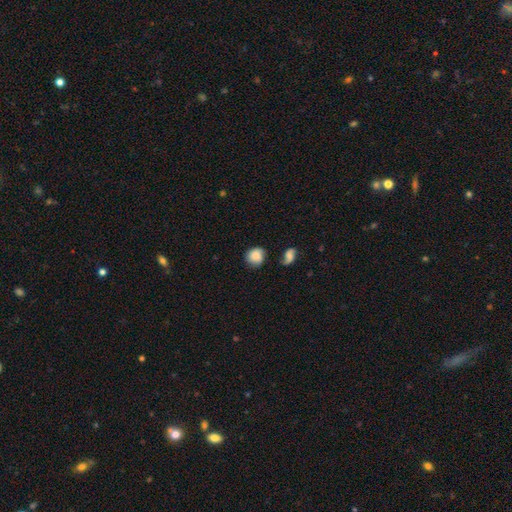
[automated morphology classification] A smooth galaxy with no disk features (79%) that is round (82%).

Vote fractions:
- Smooth or featured? smooth: 79% / featured or disk: 13% / star or artifact: 9%
- How rounded? round: 82% / in between: 17% / cigar-shaped: 1%
- Merging? none: 62% / minor disturbance: 23% / major disturbance: 8% / merger: 7%